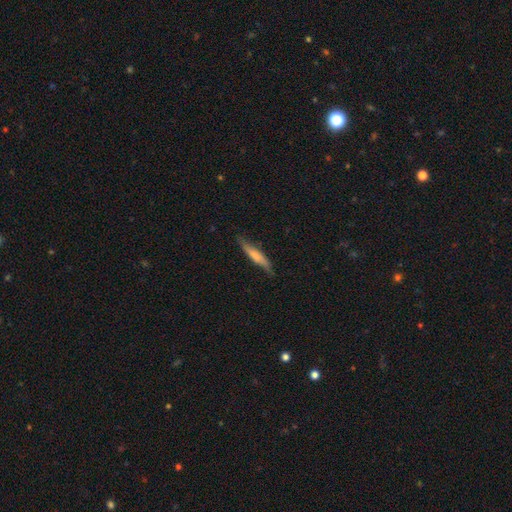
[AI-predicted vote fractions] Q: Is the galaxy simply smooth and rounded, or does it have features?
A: smooth — 64%.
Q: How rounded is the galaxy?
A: cigar-shaped — 87%.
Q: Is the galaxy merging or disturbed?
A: none — 75%.